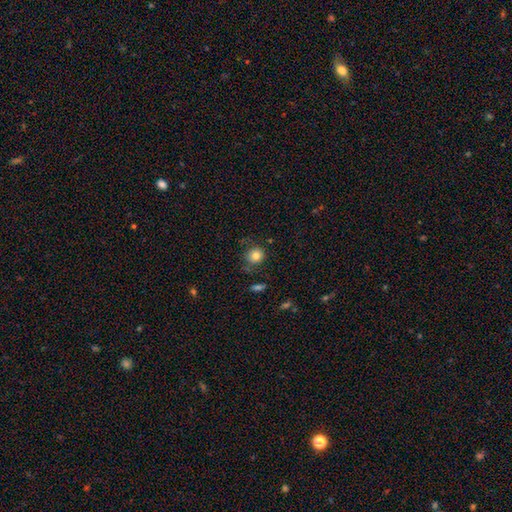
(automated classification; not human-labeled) Smooth or featured?
  - smooth: 81% *
  - star or artifact: 11%
  - featured or disk: 8%
How rounded?
  - round: 85% *
  - in between: 14%
  - cigar-shaped: 1%
Merging?
  - none: 73% *
  - minor disturbance: 17%
  - major disturbance: 6%
  - merger: 4%